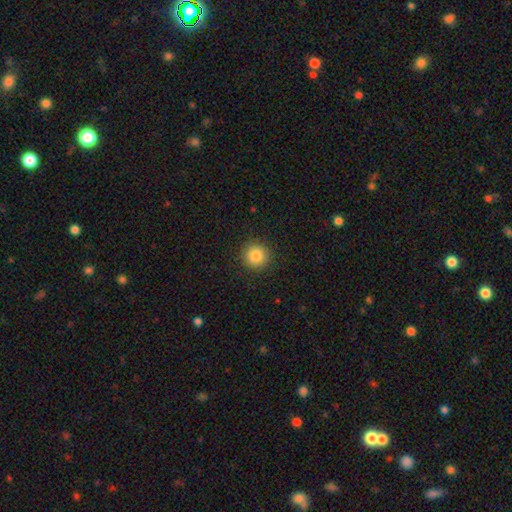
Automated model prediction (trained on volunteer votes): This is clearly a smooth galaxy (85%). How rounded: clearly round (95%). Merging: clearly none (91%).